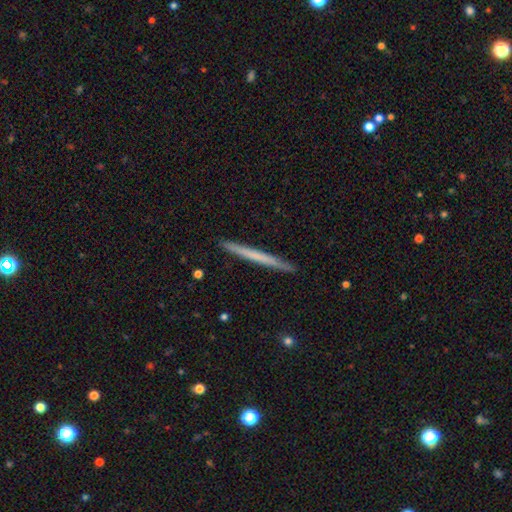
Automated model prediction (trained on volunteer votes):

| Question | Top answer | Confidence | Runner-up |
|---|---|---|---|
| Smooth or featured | smooth | 56% | featured or disk (38%) |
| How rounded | cigar-shaped | 97% | in between (1%) |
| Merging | none | 92% | minor disturbance (6%) |